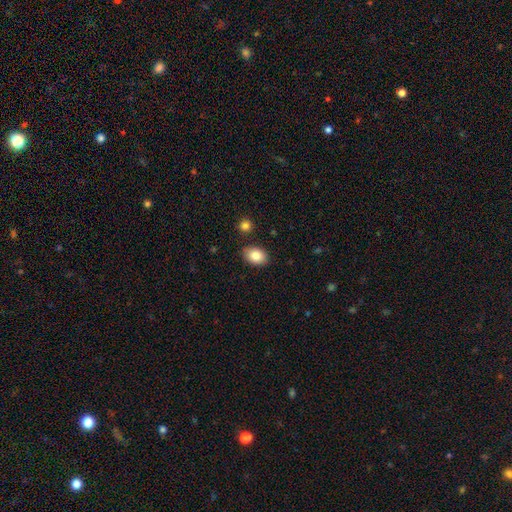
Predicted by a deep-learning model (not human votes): smooth-or-featured: smooth: 85% | featured or disk: 8% | star or artifact: 8%
  how-rounded: in between: 81% | round: 18% | cigar-shaped: 1%
  merging: none: 85% | minor disturbance: 10% | merger: 3% | major disturbance: 2%